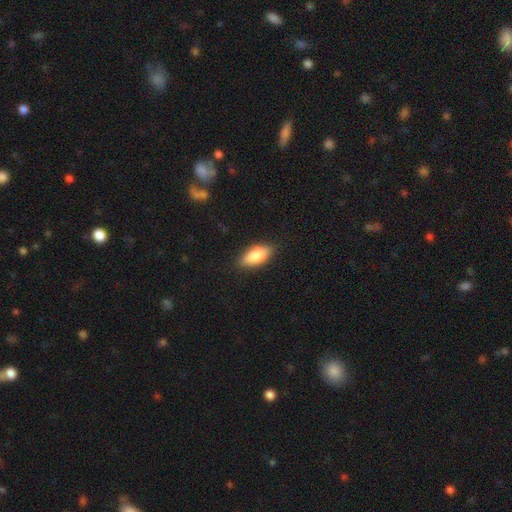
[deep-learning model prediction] Smooth or featured? smooth (82%)
How rounded? in between (84%)
Merging? none (86%)